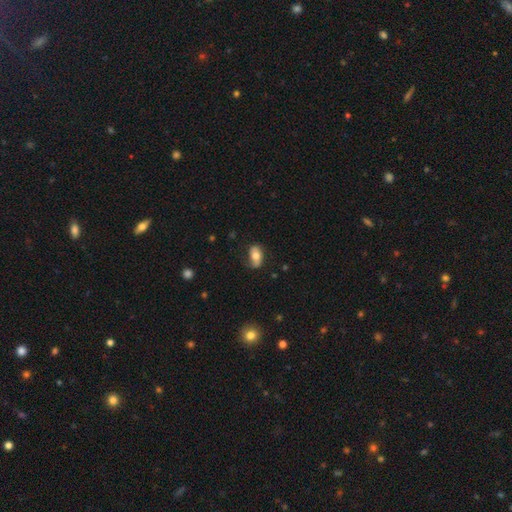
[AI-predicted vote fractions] smooth-or-featured: smooth: 60% | featured or disk: 32% | star or artifact: 8%
  how-rounded: in between: 88% | round: 8% | cigar-shaped: 4%
  merging: none: 67% | minor disturbance: 23% | major disturbance: 8% | merger: 2%